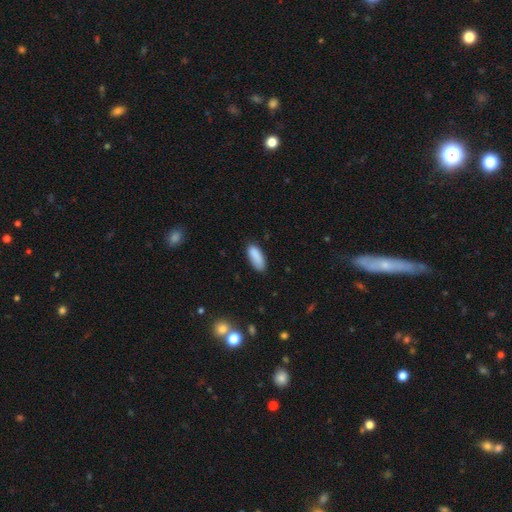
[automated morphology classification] type=smooth (89%); roundness=in between (79%); merging=none (78%).